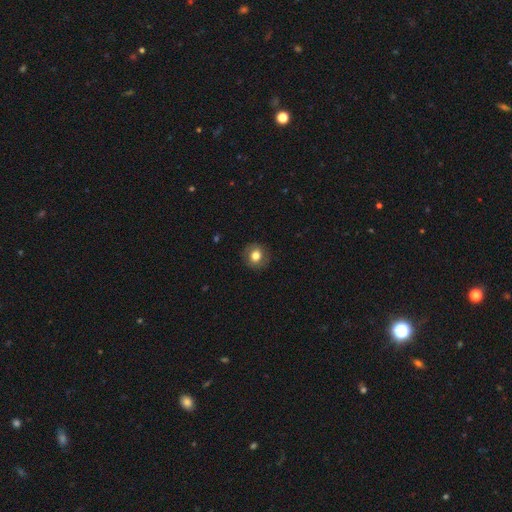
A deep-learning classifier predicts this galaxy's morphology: smooth_or_featured: smooth (p=0.72) [alt: featured or disk p=0.19]
how_rounded: round (p=0.82) [alt: in between p=0.17]
merging: none (p=0.86) [alt: minor disturbance p=0.10]